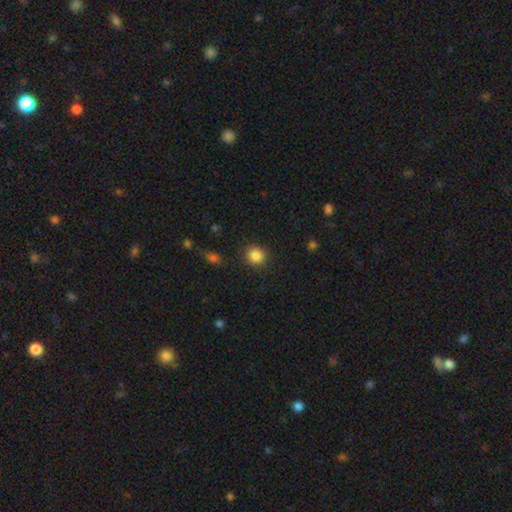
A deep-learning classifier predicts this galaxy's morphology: Q: Smooth or featured?
A: smooth (85%); runner-up: star or artifact (10%)
Q: How rounded?
A: round (88%); runner-up: in between (11%)
Q: Merging?
A: none (90%); runner-up: minor disturbance (6%)